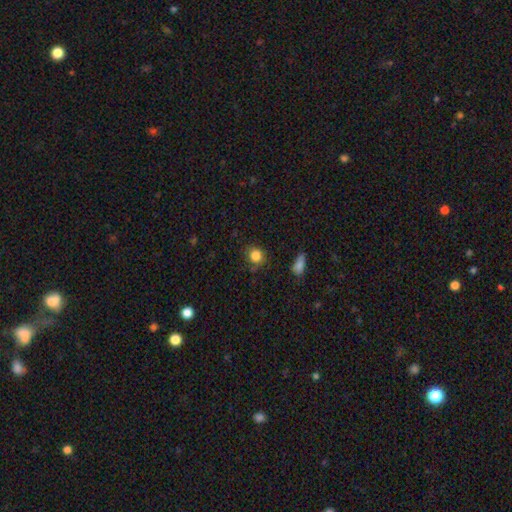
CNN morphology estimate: smooth_or_featured: smooth (p=0.84) [alt: star or artifact p=0.10]
how_rounded: round (p=0.82) [alt: in between p=0.17]
merging: none (p=0.78) [alt: minor disturbance p=0.16]